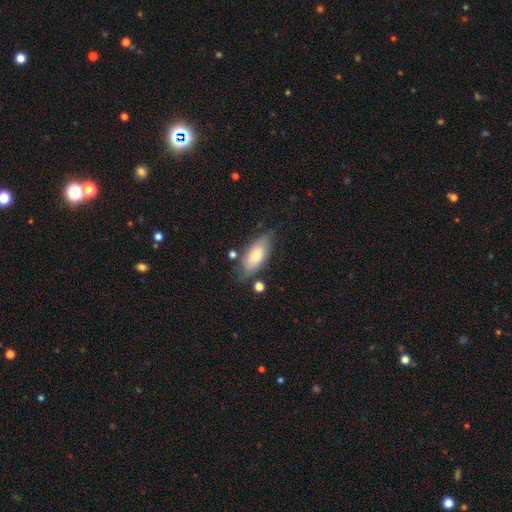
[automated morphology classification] Q: Smooth or featured?
A: smooth (72%); runner-up: featured or disk (22%)
Q: How rounded?
A: in between (86%); runner-up: cigar-shaped (11%)
Q: Merging?
A: none (70%); runner-up: minor disturbance (20%)